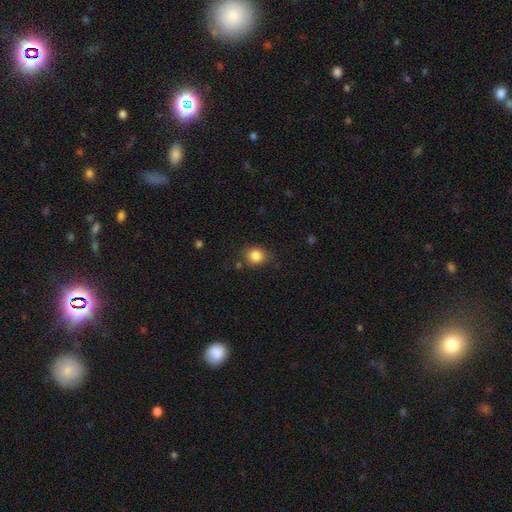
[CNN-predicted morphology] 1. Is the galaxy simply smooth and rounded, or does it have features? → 85% smooth, 10% star or artifact, 5% featured or disk.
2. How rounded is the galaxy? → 74% round, 25% in between, 1% cigar-shaped.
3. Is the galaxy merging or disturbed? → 79% none, 15% minor disturbance, 4% major disturbance, 3% merger.